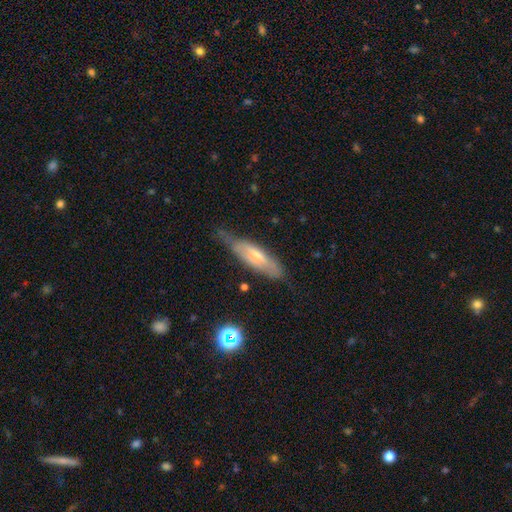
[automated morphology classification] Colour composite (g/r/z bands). It shows a featured or disk galaxy (47%). Merging: none (55%).